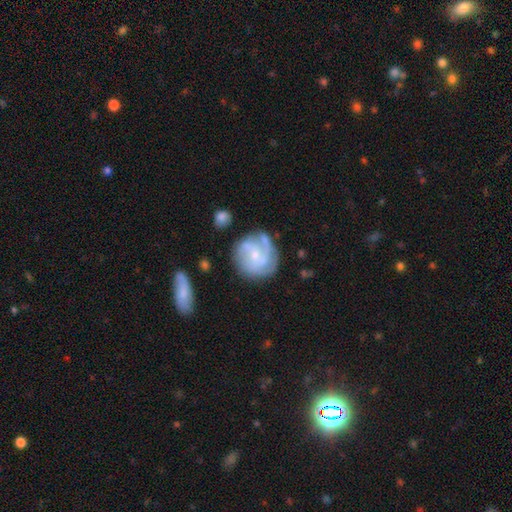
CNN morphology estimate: Overall: featured or disk (75%). Edge-on disk: no (98%). Bar: no (61%; weak 33%). Spiral arms: yes (90%). Spiral arm count: 3 (30%; can't tell 28%). Spiral winding: tight (44%; medium 40%). Bulge size: small (68%). Merging: none (65%).